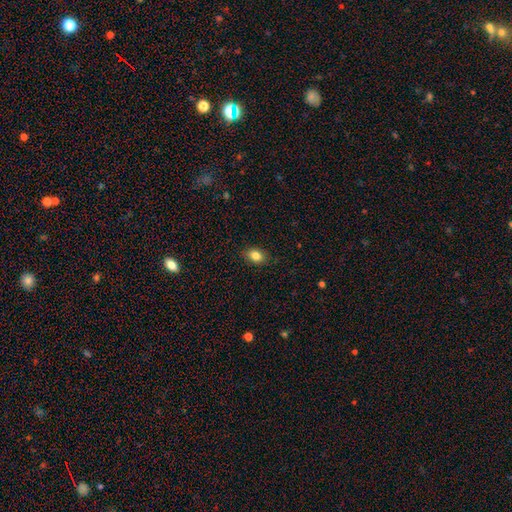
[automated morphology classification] Smooth or featured? smooth (84%)
How rounded? in between (74%)
Merging? none (88%)